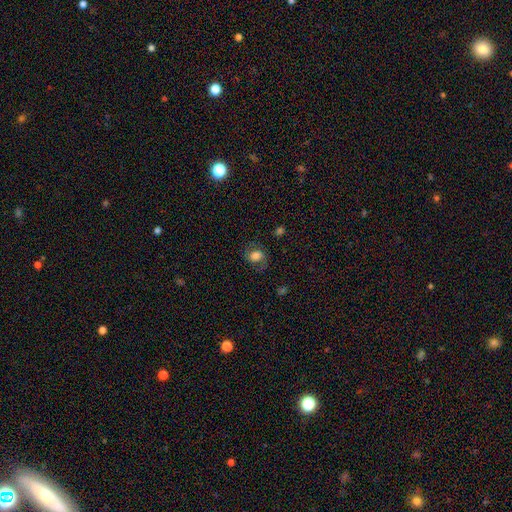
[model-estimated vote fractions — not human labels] Smooth or featured: smooth — 63% (featured or disk — 26%)
How rounded: in between — 59% (round — 39%)
Merging: none — 67% (minor disturbance — 20%)